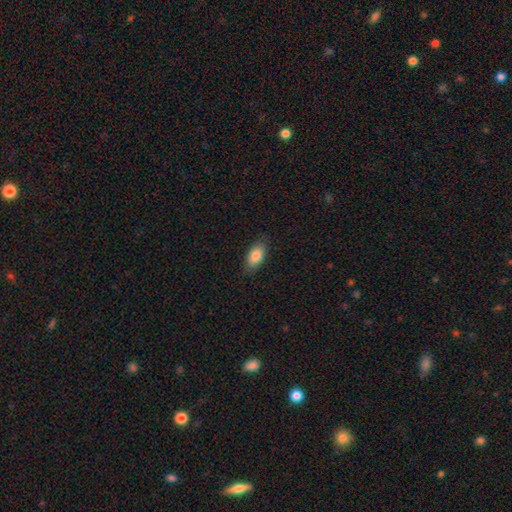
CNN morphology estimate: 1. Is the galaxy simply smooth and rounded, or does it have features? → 83% smooth, 10% featured or disk, 7% star or artifact.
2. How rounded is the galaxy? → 90% in between, 6% cigar-shaped, 4% round.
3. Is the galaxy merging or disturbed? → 84% none, 13% minor disturbance, 3% major disturbance, 1% merger.